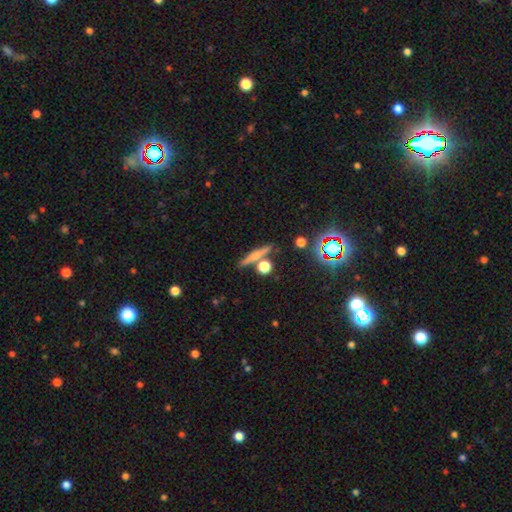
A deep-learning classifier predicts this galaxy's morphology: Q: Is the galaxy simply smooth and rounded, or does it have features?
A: smooth — 52%.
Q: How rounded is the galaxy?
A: cigar-shaped — 77%.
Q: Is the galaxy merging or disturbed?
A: none — 77%.